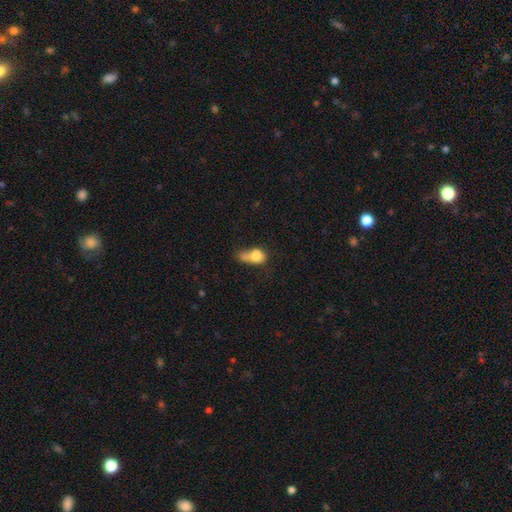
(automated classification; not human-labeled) Morphology: type=smooth (74%); roundness=in between (61%); merging=merger (47%).